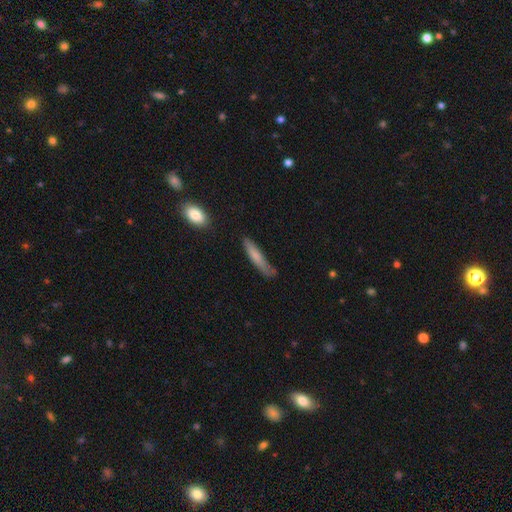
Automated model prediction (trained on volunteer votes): Overall: smooth (72%). How rounded: cigar-shaped (88%). Merging: none (66%).